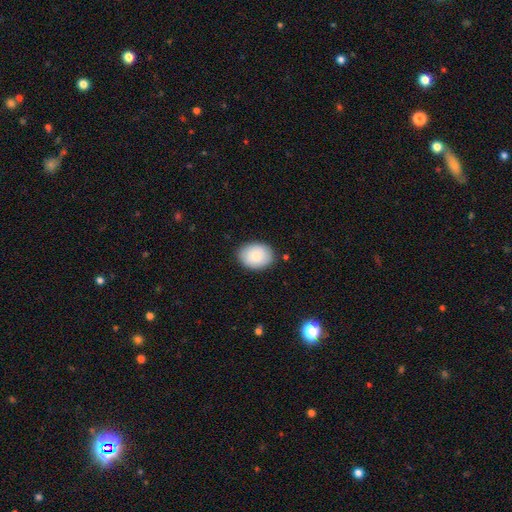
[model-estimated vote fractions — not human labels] Overall: smooth (80%). How rounded: in between (64%; round 35%). Merging: none (85%).